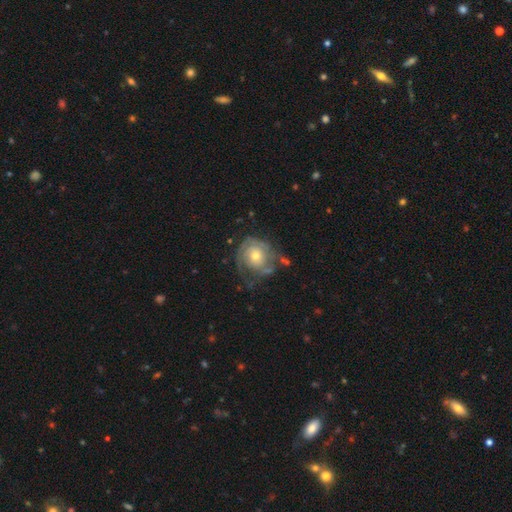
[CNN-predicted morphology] Smooth or featured?
  - featured or disk: 72% *
  - smooth: 21%
  - star or artifact: 7%
Edge-on disk?
  - no: 97% *
  - yes: 3%
Bar?
  - no: 82% *
  - weak: 15%
  - strong: 3%
Spiral arms?
  - yes: 81% *
  - no: 19%
Spiral winding?
  - tight: 66% *
  - medium: 25%
  - loose: 10%
Spiral arm count?
  - can't tell: 45% *
  - 2: 27%
  - 3: 11%
  - 1: 9%
  - 4: 4%
  - more than 4: 3%
Bulge size?
  - moderate: 60% *
  - small: 33%
  - large: 5%
  - none: 1%
  - dominant: 1%
Merging?
  - none: 53% *
  - minor disturbance: 24%
  - major disturbance: 19%
  - merger: 5%